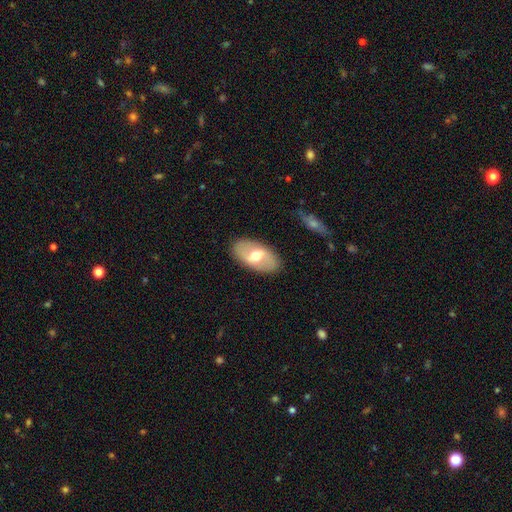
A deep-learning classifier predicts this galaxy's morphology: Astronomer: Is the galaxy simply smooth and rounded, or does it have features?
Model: featured or disk — 52% (runner-up: smooth, 42%).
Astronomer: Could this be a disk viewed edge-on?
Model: no — 88%.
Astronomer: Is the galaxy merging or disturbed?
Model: none — 86%.